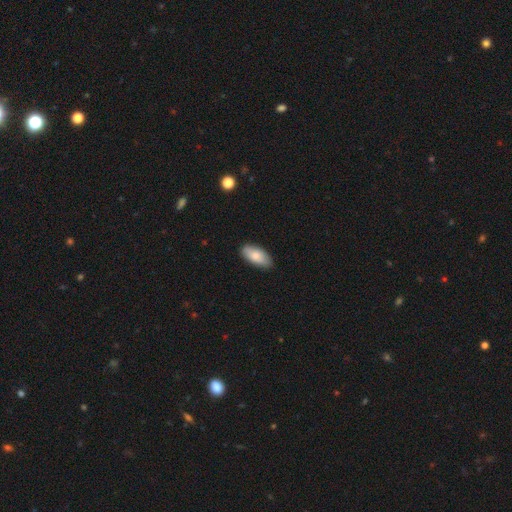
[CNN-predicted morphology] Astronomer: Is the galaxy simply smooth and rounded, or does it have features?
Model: smooth — 80%.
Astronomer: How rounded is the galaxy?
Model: in between — 89%.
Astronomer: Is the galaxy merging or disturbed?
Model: none — 87%.